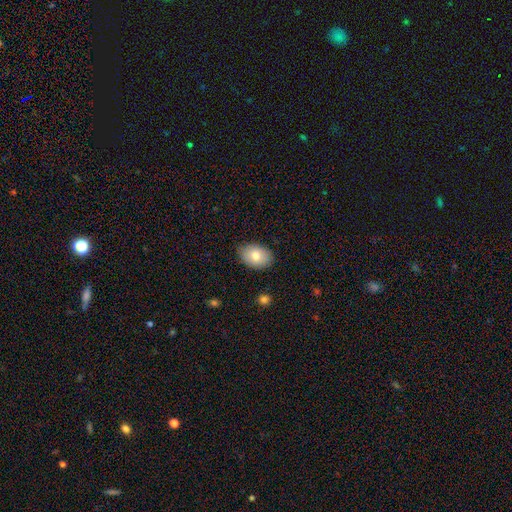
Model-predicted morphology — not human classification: A smooth galaxy with no disk features (78%) that is in between round and cigar-shaped (83%).

Vote fractions:
- Smooth or featured? smooth: 78% / featured or disk: 15% / star or artifact: 7%
- How rounded? in between: 83% / round: 16% / cigar-shaped: 1%
- Merging? none: 81% / minor disturbance: 15% / major disturbance: 2% / merger: 1%